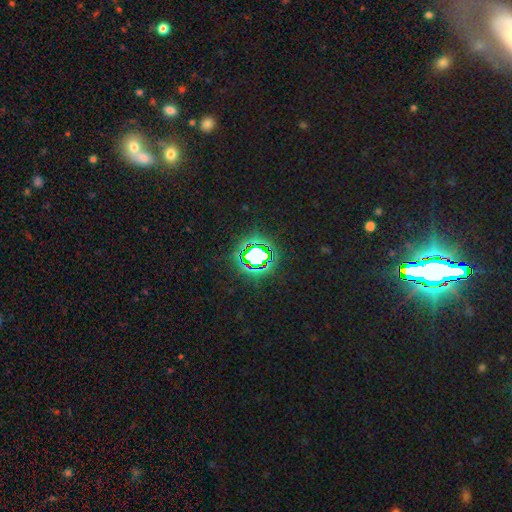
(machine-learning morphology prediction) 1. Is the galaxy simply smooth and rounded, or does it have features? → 72% star or artifact, 18% smooth, 10% featured or disk.